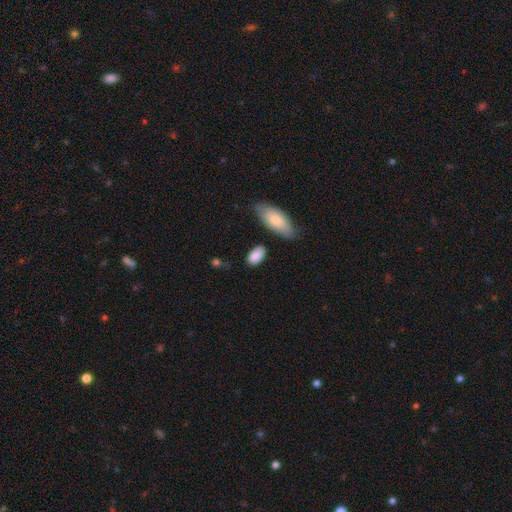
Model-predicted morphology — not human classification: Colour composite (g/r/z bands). It shows a smooth galaxy with no disk features (86%) that is in between round and cigar-shaped (92%). Merging: none (76%).